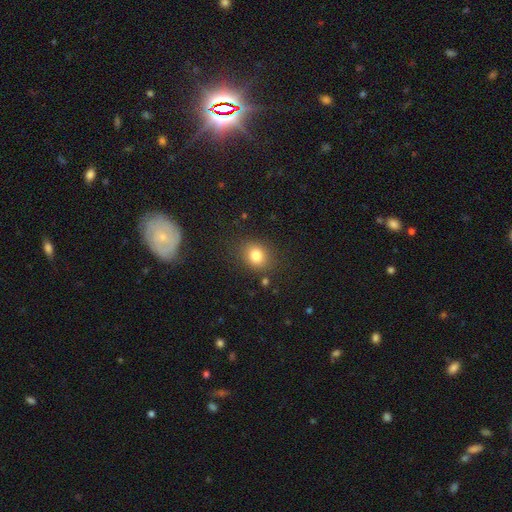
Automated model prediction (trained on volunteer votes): Q: Smooth or featured?
A: smooth (81%); runner-up: star or artifact (12%)
Q: How rounded?
A: round (59%); runner-up: in between (40%)
Q: Merging?
A: none (81%); runner-up: minor disturbance (12%)